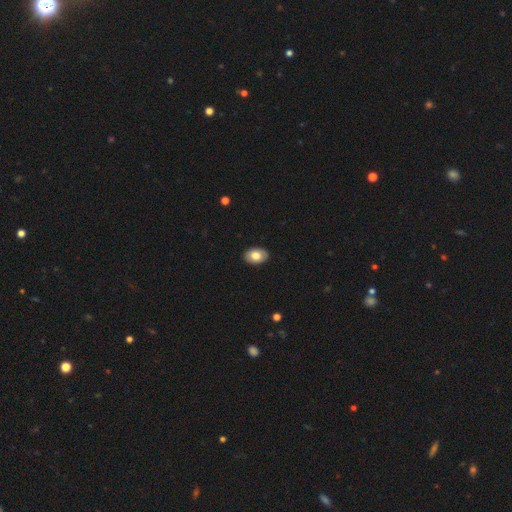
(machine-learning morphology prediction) A smooth galaxy with no disk features (79%) that is in between round and cigar-shaped (88%). Merging: none (90%).